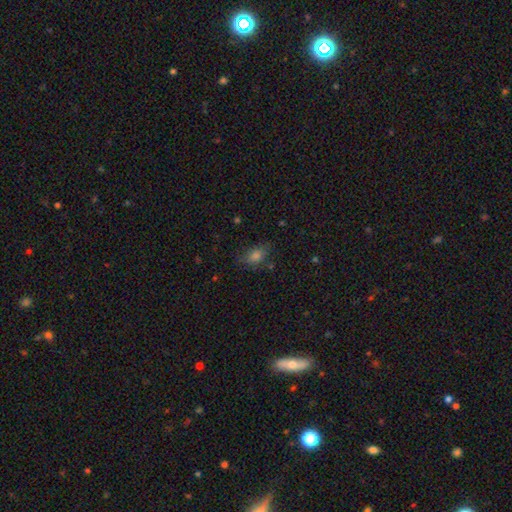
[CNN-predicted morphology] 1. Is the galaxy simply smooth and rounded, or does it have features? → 69% smooth, 18% star or artifact, 12% featured or disk.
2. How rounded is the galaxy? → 78% in between, 17% round, 5% cigar-shaped.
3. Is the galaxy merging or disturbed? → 72% none, 20% minor disturbance, 6% major disturbance, 3% merger.